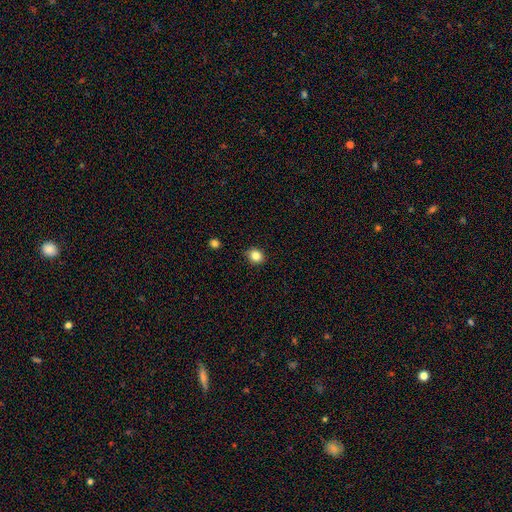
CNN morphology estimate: Smooth or featured? smooth (84%)
How rounded? round (72%)
Merging? none (88%)